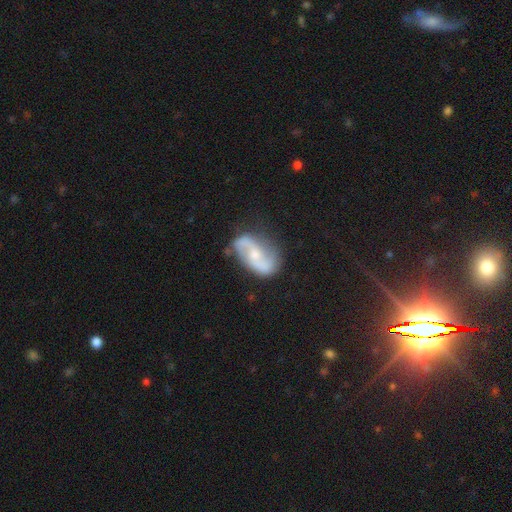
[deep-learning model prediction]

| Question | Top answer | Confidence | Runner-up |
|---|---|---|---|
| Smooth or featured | featured or disk | 82% | smooth (12%) |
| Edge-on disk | no | 96% | yes (4%) |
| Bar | no | 48% | weak (36%) |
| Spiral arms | yes | 94% | no (6%) |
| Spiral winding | loose | 54% | medium (34%) |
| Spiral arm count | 2 | 91% | can't tell (4%) |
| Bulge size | small | 49% | moderate (44%) |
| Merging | none | 72% | minor disturbance (19%) |